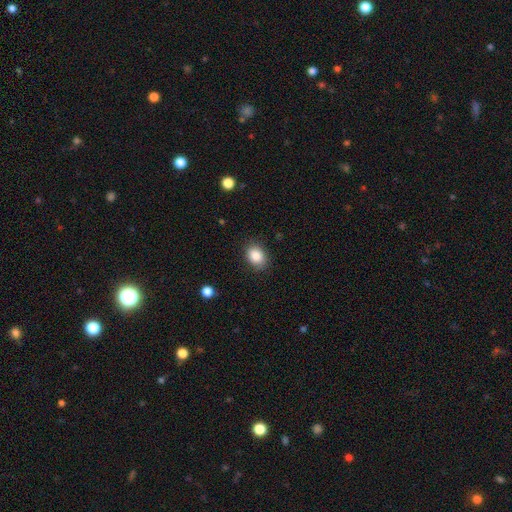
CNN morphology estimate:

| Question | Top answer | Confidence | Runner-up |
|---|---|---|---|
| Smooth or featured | smooth | 87% | star or artifact (8%) |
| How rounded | in between | 62% | round (37%) |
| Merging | none | 83% | minor disturbance (12%) |